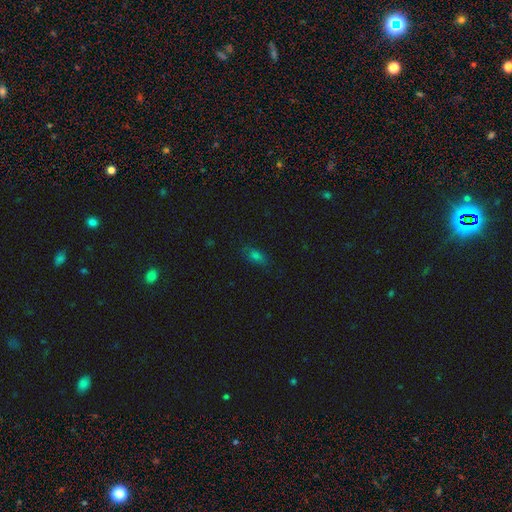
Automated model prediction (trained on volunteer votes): Smooth or featured? Predicted: smooth (p=0.66). How rounded? Predicted: in between (p=0.78). Merging? Predicted: none (p=0.80).